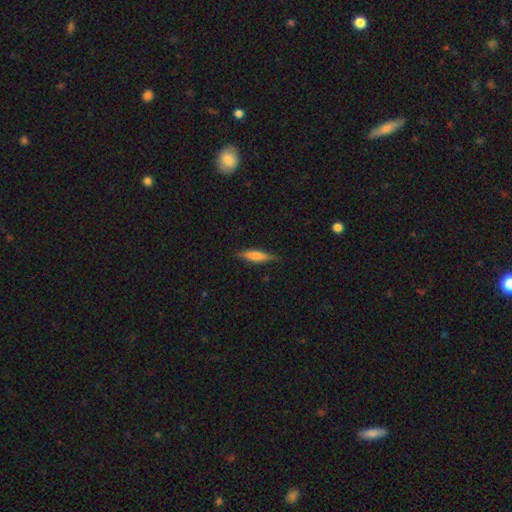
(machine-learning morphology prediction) Q: Smooth or featured?
A: smooth (60%); runner-up: featured or disk (33%)
Q: How rounded?
A: cigar-shaped (75%); runner-up: in between (23%)
Q: Merging?
A: none (84%); runner-up: minor disturbance (12%)